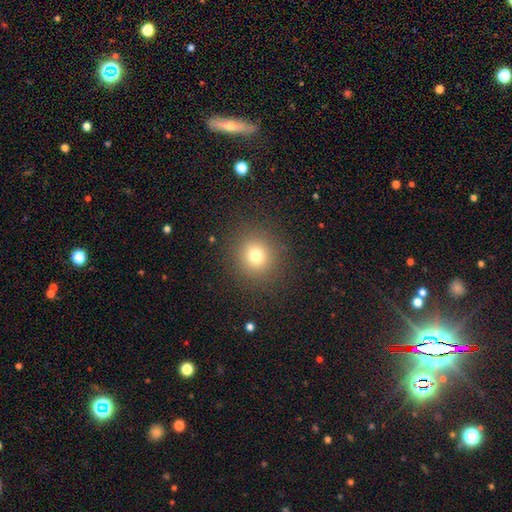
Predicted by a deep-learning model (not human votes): A smooth galaxy with no disk features (74%) that is round (90%).

Vote fractions:
- Smooth or featured? smooth: 74% / star or artifact: 17% / featured or disk: 9%
- How rounded? round: 90% / in between: 9% / cigar-shaped: 1%
- Merging? none: 89% / minor disturbance: 7% / major disturbance: 4% / merger: 1%